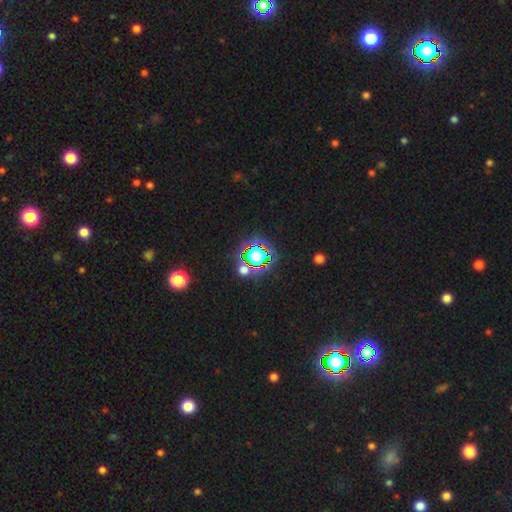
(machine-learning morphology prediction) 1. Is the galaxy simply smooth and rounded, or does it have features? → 60% star or artifact, 27% smooth, 13% featured or disk.